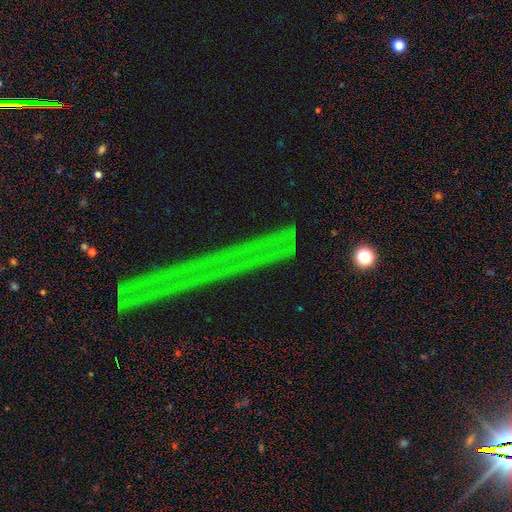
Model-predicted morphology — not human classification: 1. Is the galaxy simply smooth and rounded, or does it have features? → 76% star or artifact, 12% smooth, 12% featured or disk.